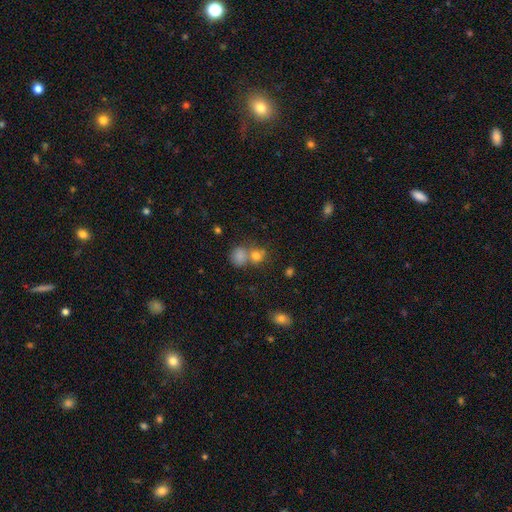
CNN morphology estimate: A smooth galaxy with no disk features (75%) that is round (72%).

Vote fractions:
- Smooth or featured? smooth: 75% / star or artifact: 16% / featured or disk: 9%
- How rounded? round: 72% / in between: 27% / cigar-shaped: 1%
- Merging? none: 47% / merger: 40% / minor disturbance: 9% / major disturbance: 4%